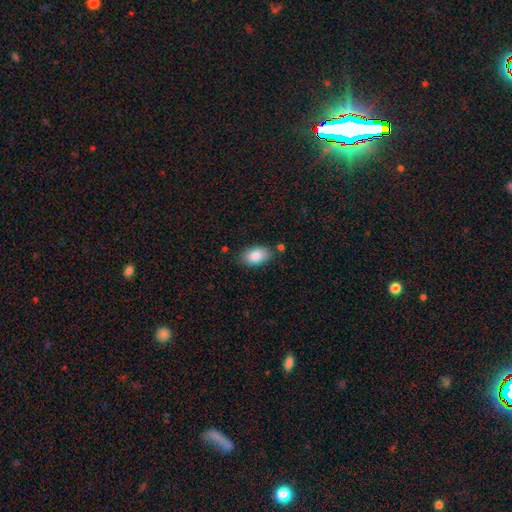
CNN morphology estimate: A smooth galaxy with no disk features (86%) that is in between round and cigar-shaped (93%). Merging: none (80%).